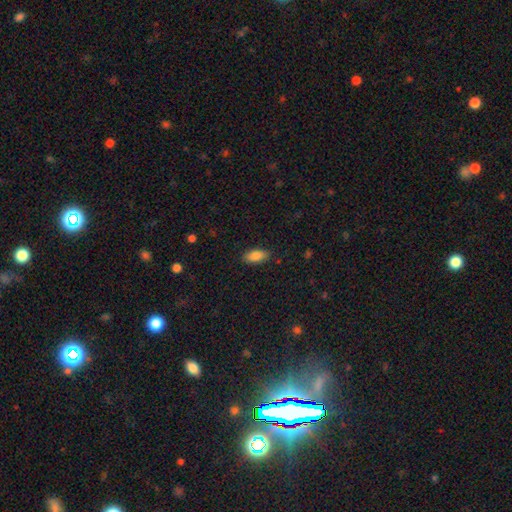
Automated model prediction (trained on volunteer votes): Smooth or featured: smooth — 84% (featured or disk — 9%)
How rounded: in between — 89% (cigar-shaped — 9%)
Merging: none — 86% (minor disturbance — 10%)